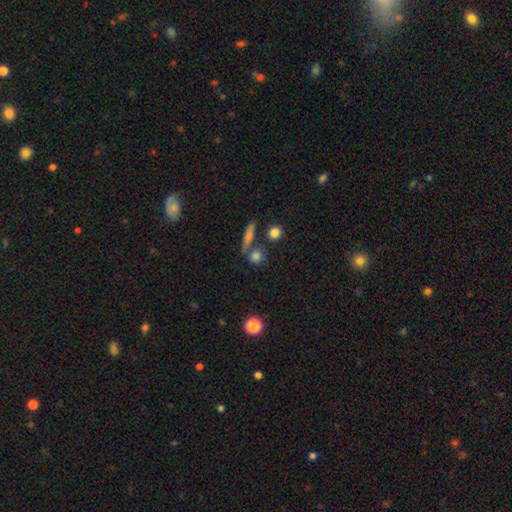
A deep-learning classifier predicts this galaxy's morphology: This is likely a smooth galaxy (77%). How rounded: likely round (69%). Merging: likely none (62%).